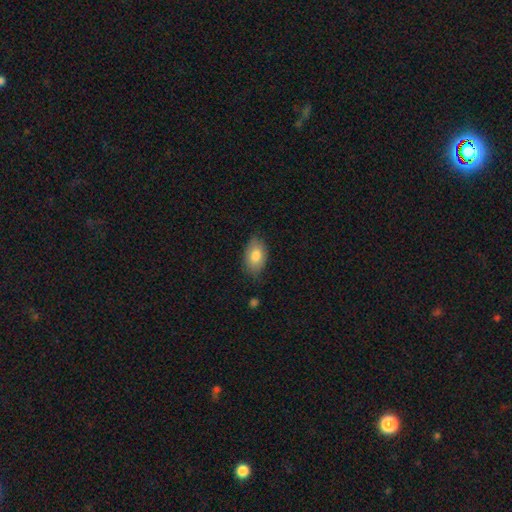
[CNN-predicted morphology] Smooth or featured?
  - smooth: 81% *
  - featured or disk: 12%
  - star or artifact: 7%
How rounded?
  - in between: 91% *
  - round: 8%
  - cigar-shaped: 1%
Merging?
  - none: 75% *
  - minor disturbance: 20%
  - major disturbance: 4%
  - merger: 1%